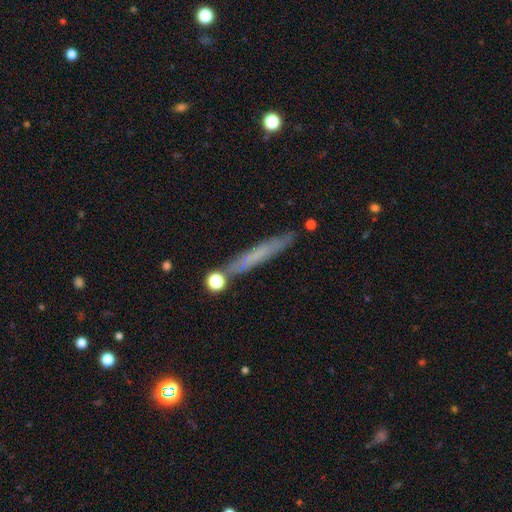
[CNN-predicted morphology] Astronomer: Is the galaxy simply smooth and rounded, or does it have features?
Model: smooth — 55% (runner-up: featured or disk, 36%).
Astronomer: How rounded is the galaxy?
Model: cigar-shaped — 95%.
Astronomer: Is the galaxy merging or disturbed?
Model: none — 81%.